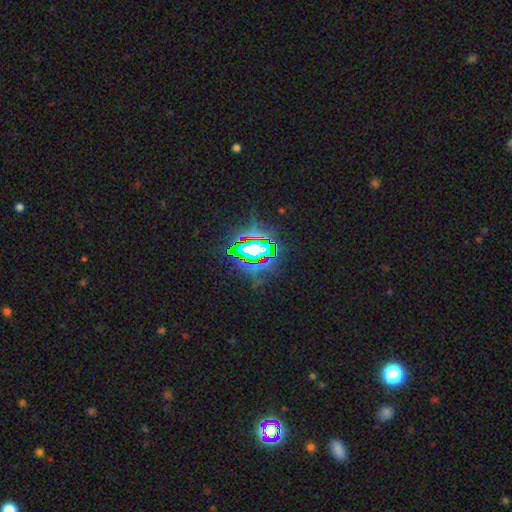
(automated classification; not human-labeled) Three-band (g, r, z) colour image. It shows a star or artifact, not a galaxy (81%).